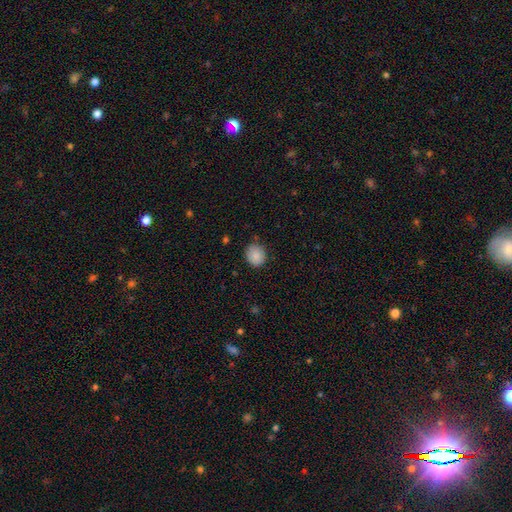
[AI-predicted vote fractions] The model was most divided on "how rounded": round: 78%, in between: 21%, cigar-shaped: 1%. More confident: smooth or featured — smooth (87%); merging — none (81%).